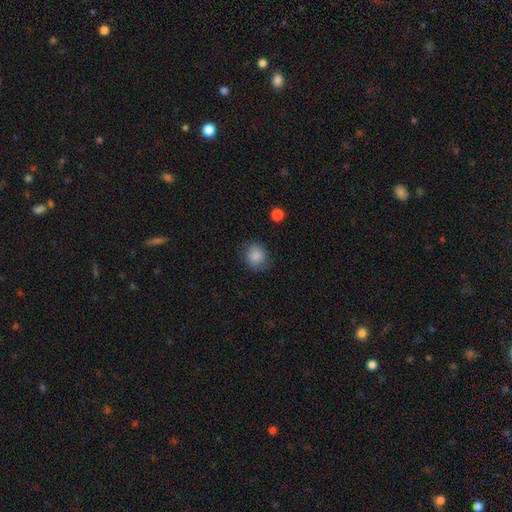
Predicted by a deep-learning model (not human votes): A smooth galaxy with no disk features (87%) that is round (80%).

Vote fractions:
- Smooth or featured? smooth: 87% / star or artifact: 9% / featured or disk: 4%
- How rounded? round: 80% / in between: 19% / cigar-shaped: 1%
- Merging? none: 80% / minor disturbance: 15% / major disturbance: 4% / merger: 1%